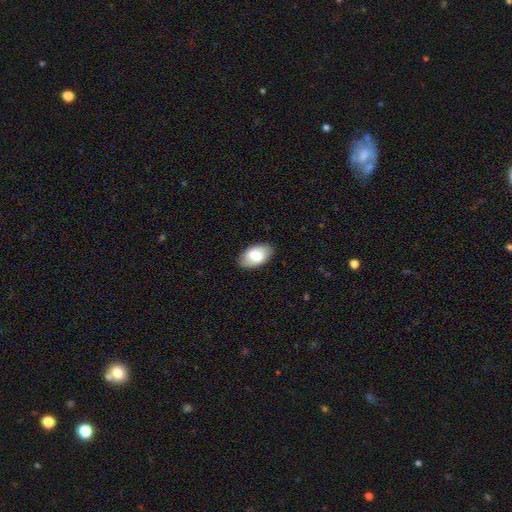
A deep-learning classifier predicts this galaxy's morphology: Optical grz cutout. It shows a smooth galaxy with no disk features (73%) that is in between round and cigar-shaped (94%). Merging: none (85%).